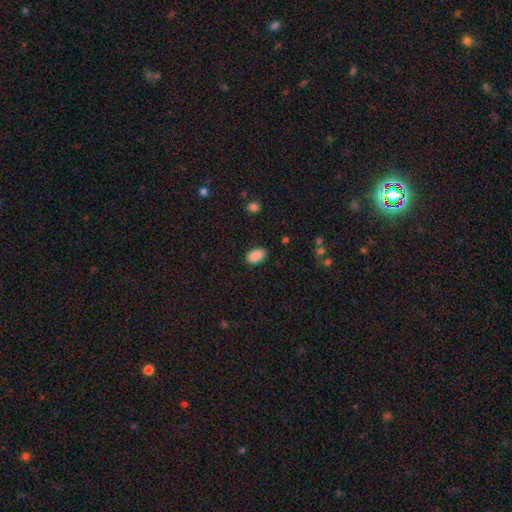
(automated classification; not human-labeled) The model was most divided on "merging": none: 87%, minor disturbance: 9%, major disturbance: 2%, merger: 1%. More confident: how rounded — in between (93%); smooth or featured — smooth (89%).